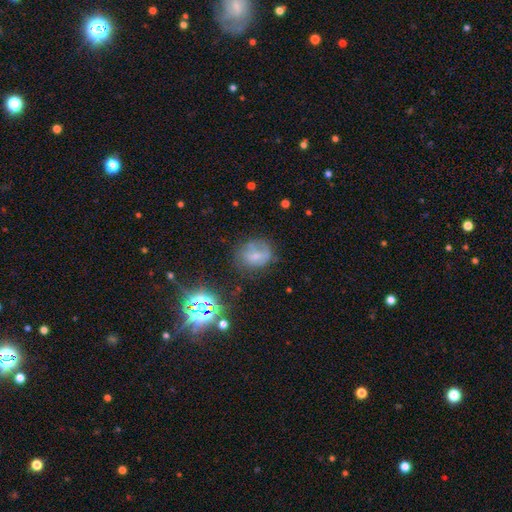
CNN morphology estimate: smooth_or_featured: smooth (p=0.54) [alt: featured or disk p=0.28]
how_rounded: round (p=0.56) [alt: in between p=0.43]
merging: none (p=0.54) [alt: minor disturbance p=0.27]